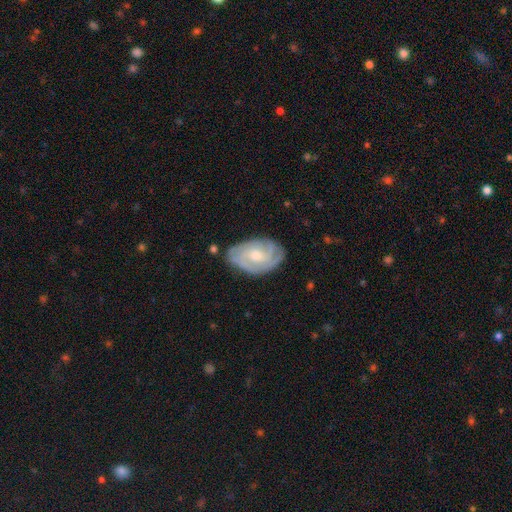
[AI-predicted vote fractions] A featured or disk galaxy (80%) with no bar (65%), 3 (32%) tight (65%) spiral arms (95%) and a moderate central bulge (55%).

Vote fractions:
- Smooth or featured? featured or disk: 80% / smooth: 15% / star or artifact: 5%
- Edge-on disk? no: 96% / yes: 4%
- Bar? no: 65% / weak: 30% / strong: 4%
- Spiral arms? yes: 95% / no: 5%
- Spiral winding? tight: 65% / medium: 29% / loose: 6%
- Spiral arm count? 3: 32% / can't tell: 27% / 2: 19% / 4: 13% / 1: 5% / more than 4: 4%
- Bulge size? moderate: 55% / small: 37% / large: 4% / none: 3% / dominant: 1%
- Merging? none: 76% / minor disturbance: 18% / major disturbance: 4% / merger: 2%